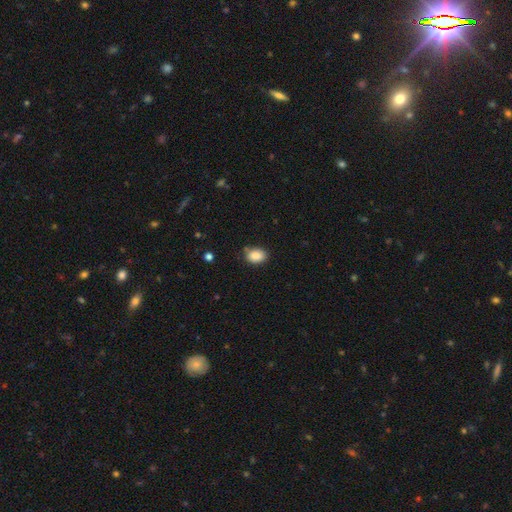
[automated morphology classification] smooth-or-featured: smooth: 87% | star or artifact: 8% | featured or disk: 5%
  how-rounded: in between: 75% | round: 24% | cigar-shaped: 1%
  merging: none: 80% | minor disturbance: 15% | major disturbance: 3% | merger: 3%